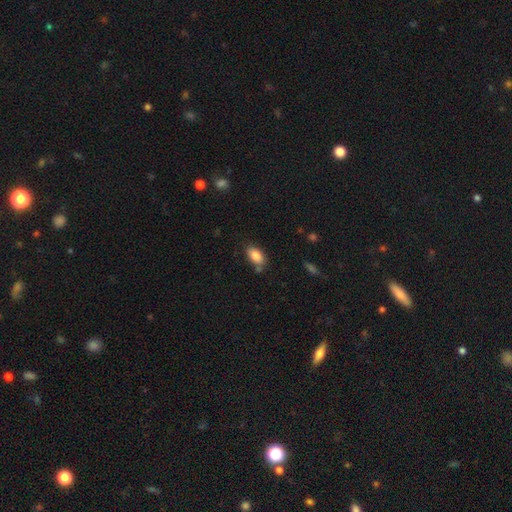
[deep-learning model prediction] Overall: smooth (85%). How rounded: in between (92%). Merging: none (72%).